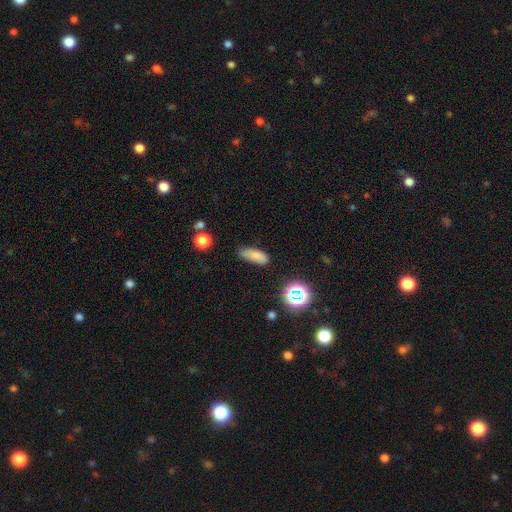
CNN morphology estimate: smooth 80%, star or artifact 12%, featured or disk 8%. Down the decision tree: how rounded — in between (69%); merging — none (69%).